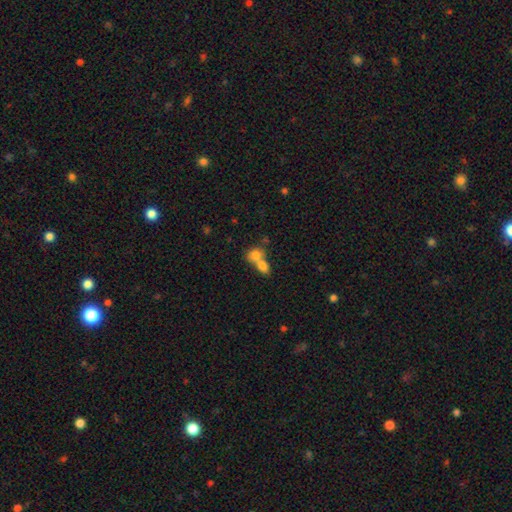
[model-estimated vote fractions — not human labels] Smooth or featured: smooth — 78% (featured or disk — 12%)
How rounded: in between — 58% (round — 40%)
Merging: merger — 66% (none — 25%)